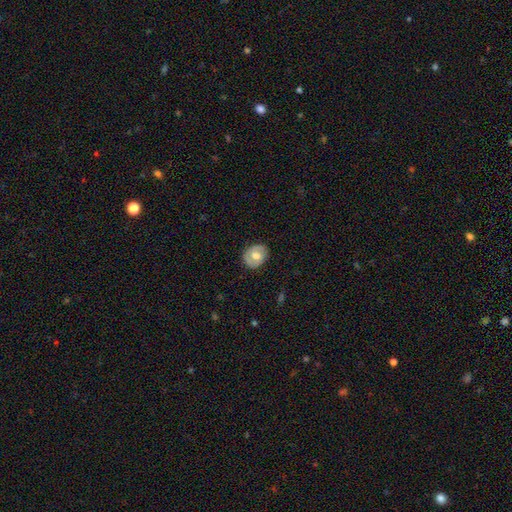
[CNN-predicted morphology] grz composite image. It shows a smooth galaxy with no disk features (51%) that is round (55%). Merging: none (83%).